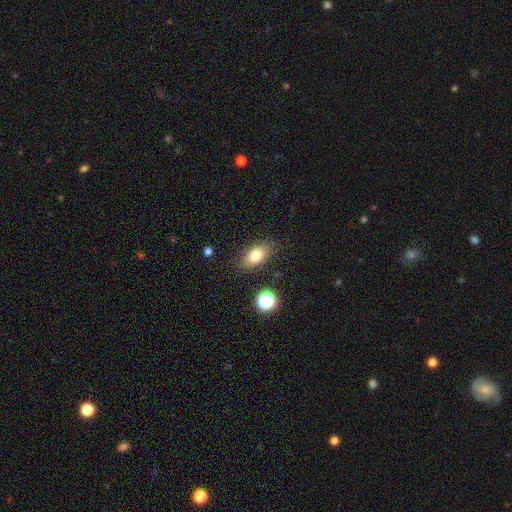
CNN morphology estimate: This appears to be a smooth galaxy with no disk features (79%) that is in between round and cigar-shaped (86%). Merging: none (84%).